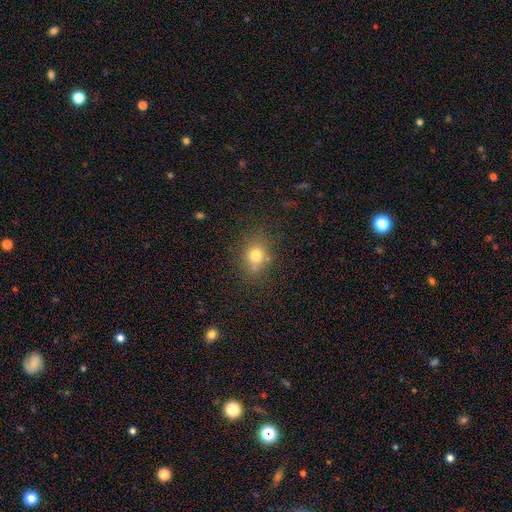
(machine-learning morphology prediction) Smooth or featured: smooth — 74% (star or artifact — 15%)
How rounded: round — 60% (in between — 39%)
Merging: none — 71% (minor disturbance — 17%)